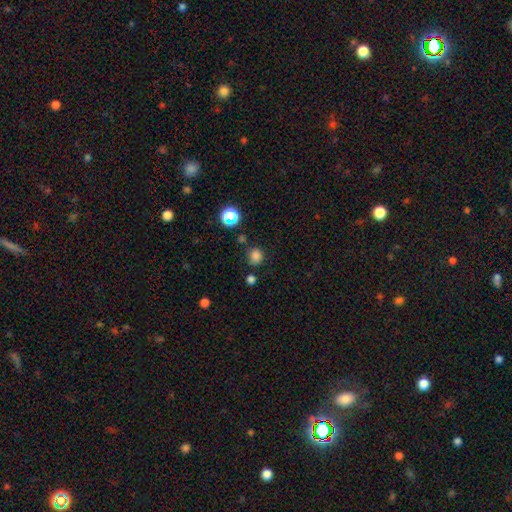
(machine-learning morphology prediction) Smooth or featured? Predicted: smooth (p=0.79). How rounded? Predicted: round (p=0.81). Merging? Predicted: none (p=0.78).